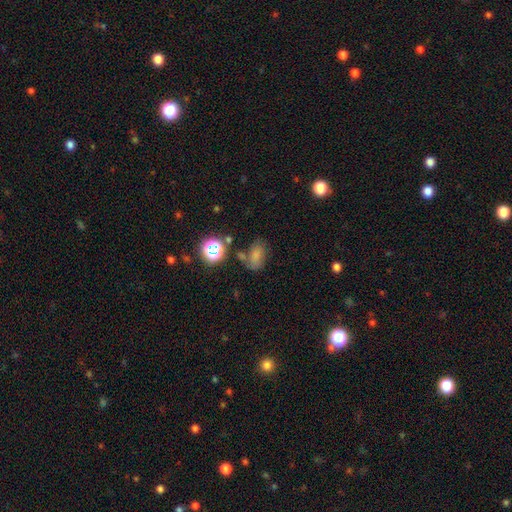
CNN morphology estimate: Overall: smooth (68%). How rounded: in between (82%). Merging: none (57%; minor disturbance 20%).